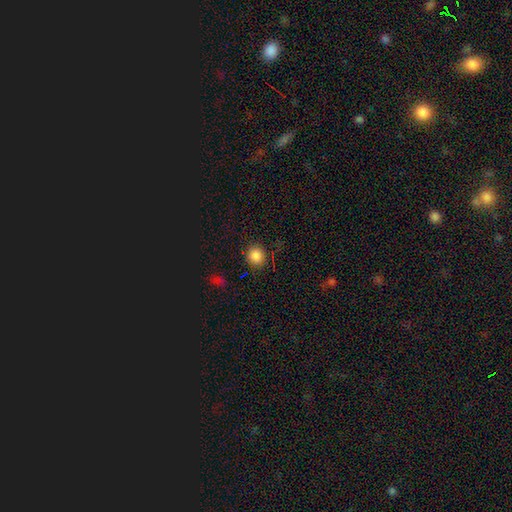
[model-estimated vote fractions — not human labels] A smooth galaxy with no disk features (84%) that is round (89%). Merging: none (86%).